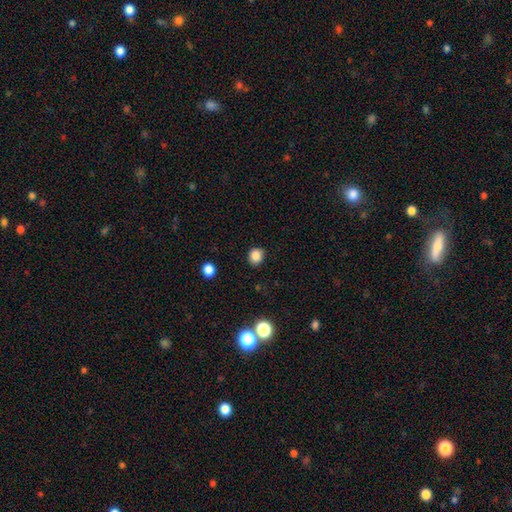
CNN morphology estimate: Smooth or featured: smooth — 85% (star or artifact — 12%)
How rounded: round — 72% (in between — 27%)
Merging: none — 82% (minor disturbance — 14%)